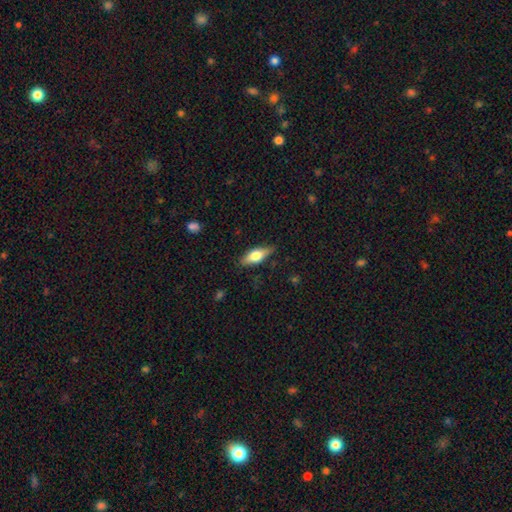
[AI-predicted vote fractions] Smooth or featured? smooth (54%)
How rounded? in between (65%)
Merging? none (83%)